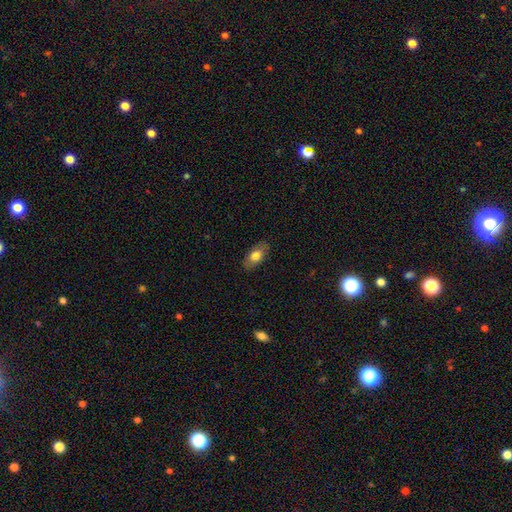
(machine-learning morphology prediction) Smooth or featured: smooth — 74% (featured or disk — 20%)
How rounded: in between — 90% (cigar-shaped — 6%)
Merging: none — 85% (minor disturbance — 11%)